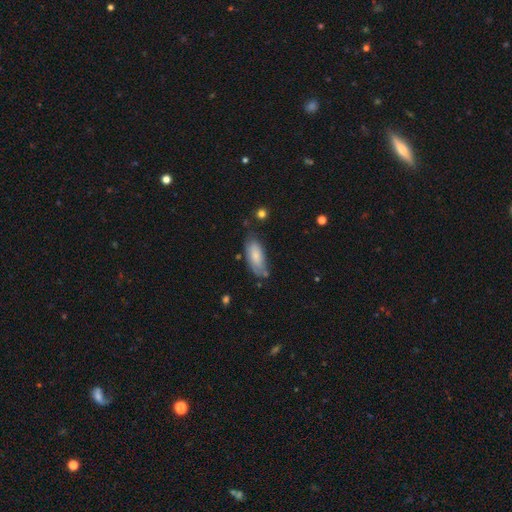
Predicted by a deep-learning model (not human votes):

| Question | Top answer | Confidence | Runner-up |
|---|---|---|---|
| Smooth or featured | smooth | 71% | featured or disk (23%) |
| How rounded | in between | 82% | cigar-shaped (16%) |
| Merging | none | 62% | minor disturbance (27%) |